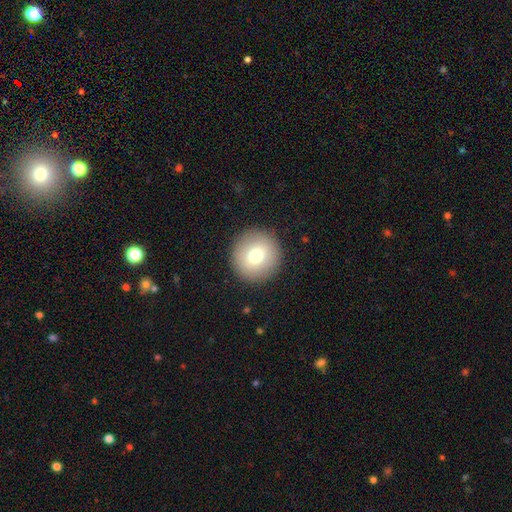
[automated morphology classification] smooth 74%, featured or disk 15%, star or artifact 11%. Down the decision tree: how rounded — round (95%); merging — none (92%).